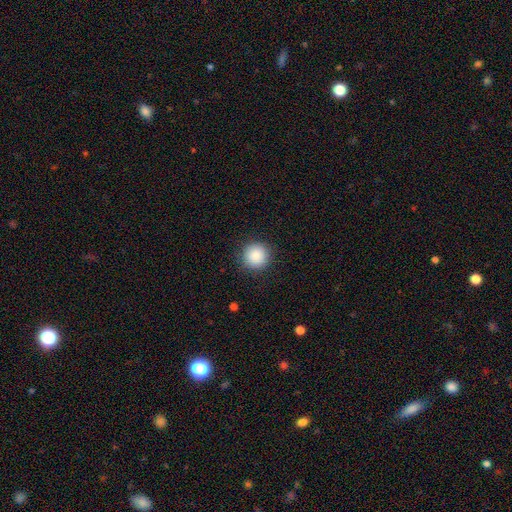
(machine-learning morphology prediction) This appears to be a smooth galaxy with no disk features (88%) that is round (95%). Merging: none (91%).